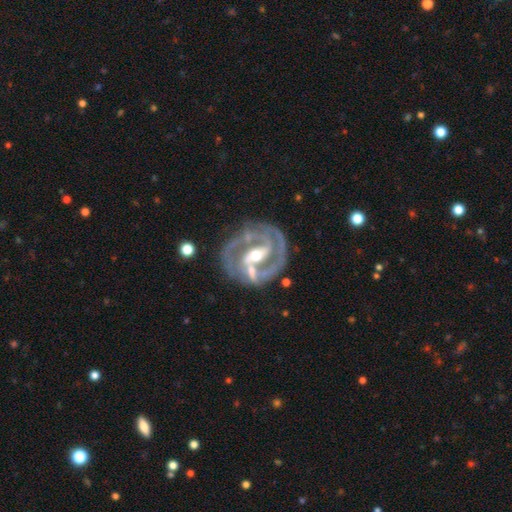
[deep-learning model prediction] Q: Smooth or featured?
A: featured or disk (91%); runner-up: smooth (5%)
Q: Edge-on disk?
A: no (97%); runner-up: yes (3%)
Q: Bar?
A: strong (58%); runner-up: weak (27%)
Q: Spiral arms?
A: yes (96%); runner-up: no (4%)
Q: Spiral winding?
A: tight (53%); runner-up: medium (40%)
Q: Spiral arm count?
A: 2 (73%); runner-up: 3 (13%)
Q: Bulge size?
A: moderate (62%); runner-up: small (31%)
Q: Merging?
A: none (66%); runner-up: minor disturbance (17%)